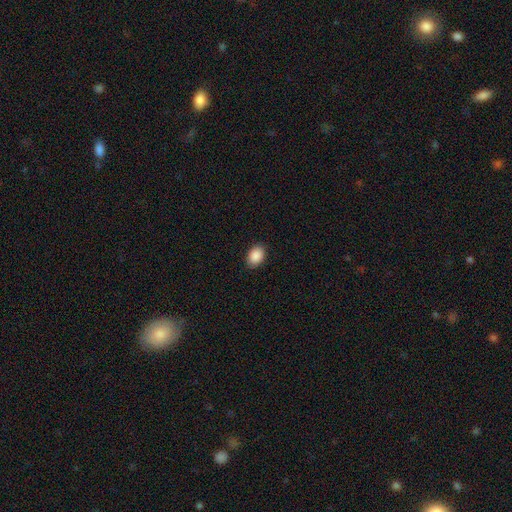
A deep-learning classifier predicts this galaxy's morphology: Overall: smooth (90%). How rounded: in between (80%). Merging: none (89%).